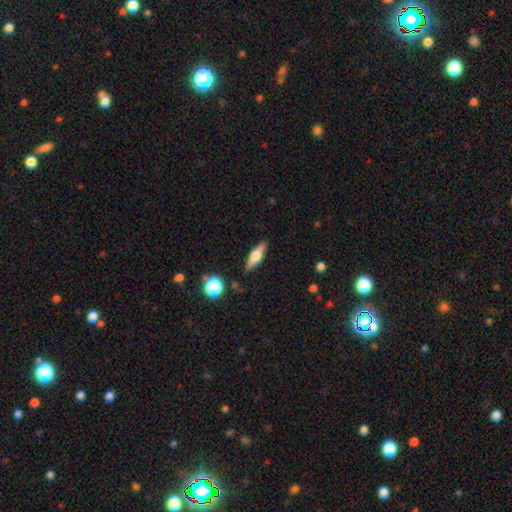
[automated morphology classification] smooth_or_featured: smooth (p=0.49) [alt: featured or disk p=0.43]
merging: none (p=0.86) [alt: minor disturbance p=0.10]